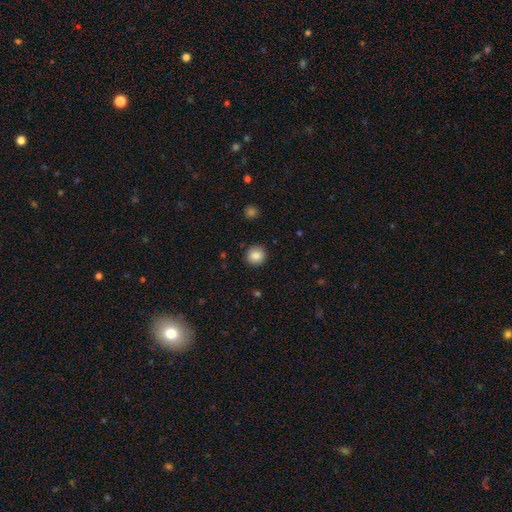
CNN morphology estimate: Q: Smooth or featured?
A: smooth (86%); runner-up: star or artifact (9%)
Q: How rounded?
A: round (92%); runner-up: in between (7%)
Q: Merging?
A: none (91%); runner-up: minor disturbance (6%)